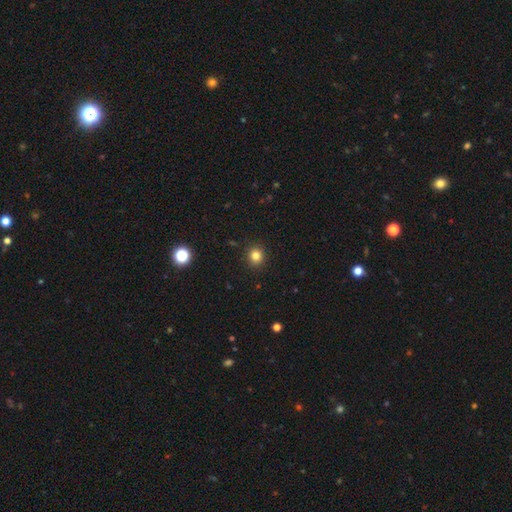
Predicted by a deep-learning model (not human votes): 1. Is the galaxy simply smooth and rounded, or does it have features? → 82% smooth, 13% star or artifact, 5% featured or disk.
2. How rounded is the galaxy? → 87% round, 12% in between, 1% cigar-shaped.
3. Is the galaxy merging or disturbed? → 92% none, 6% minor disturbance, 2% major disturbance, 1% merger.